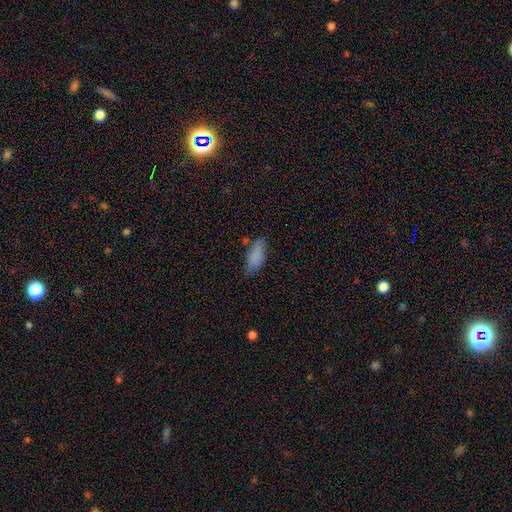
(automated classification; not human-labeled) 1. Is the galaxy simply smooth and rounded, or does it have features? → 85% smooth, 8% star or artifact, 7% featured or disk.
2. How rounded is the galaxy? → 82% in between, 16% cigar-shaped, 2% round.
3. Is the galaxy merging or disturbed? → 65% none, 26% minor disturbance, 6% major disturbance, 4% merger.